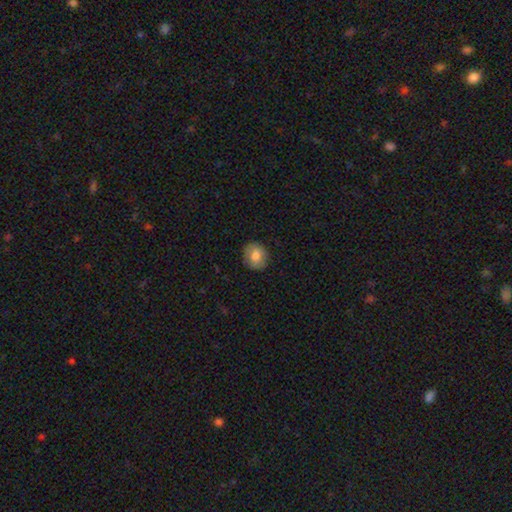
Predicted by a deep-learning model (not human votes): smooth_or_featured: smooth (p=0.80) [alt: featured or disk p=0.12]
how_rounded: round (p=0.71) [alt: in between p=0.28]
merging: none (p=0.87) [alt: minor disturbance p=0.09]